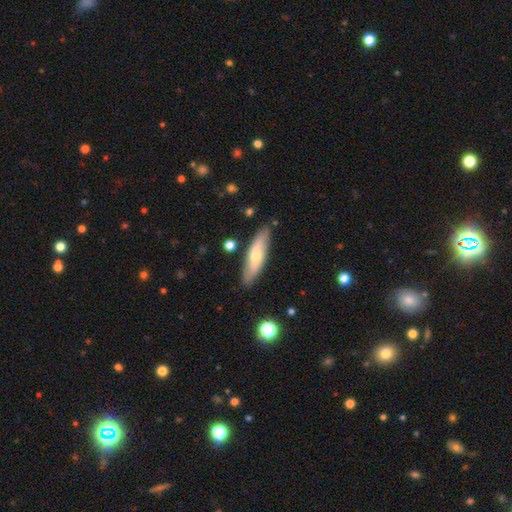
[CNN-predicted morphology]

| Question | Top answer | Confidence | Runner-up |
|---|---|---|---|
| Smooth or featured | smooth | 56% | featured or disk (38%) |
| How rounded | cigar-shaped | 64% | in between (34%) |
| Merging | none | 85% | minor disturbance (11%) |